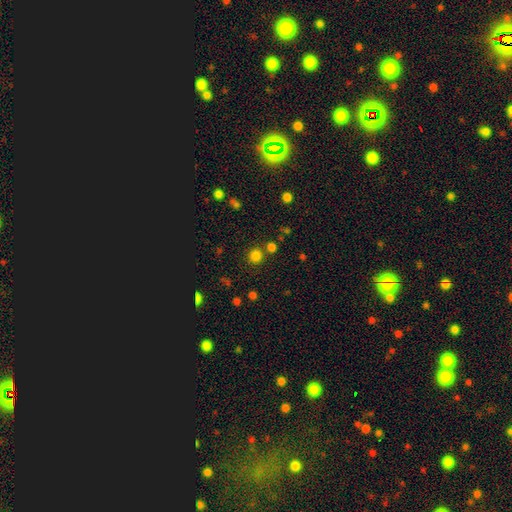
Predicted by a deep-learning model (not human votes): A smooth galaxy with no disk features (79%) that is round (91%). Merging: none (80%).